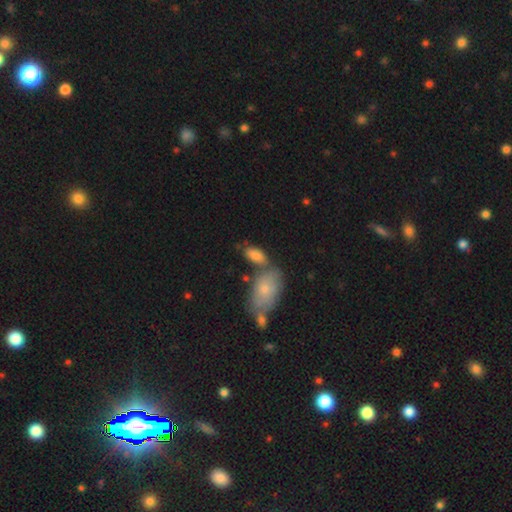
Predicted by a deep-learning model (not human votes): A smooth galaxy with no disk features (78%) that is in between round and cigar-shaped (89%). Merging: none (52%).